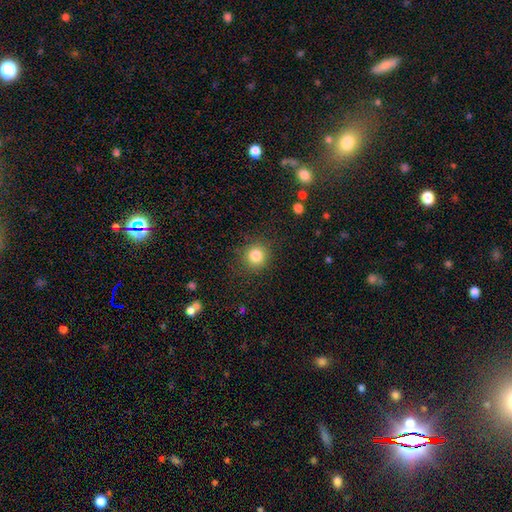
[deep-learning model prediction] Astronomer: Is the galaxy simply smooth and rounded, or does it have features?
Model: smooth — 83%.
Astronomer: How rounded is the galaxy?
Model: round — 91%.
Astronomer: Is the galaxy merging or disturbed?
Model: none — 86%.